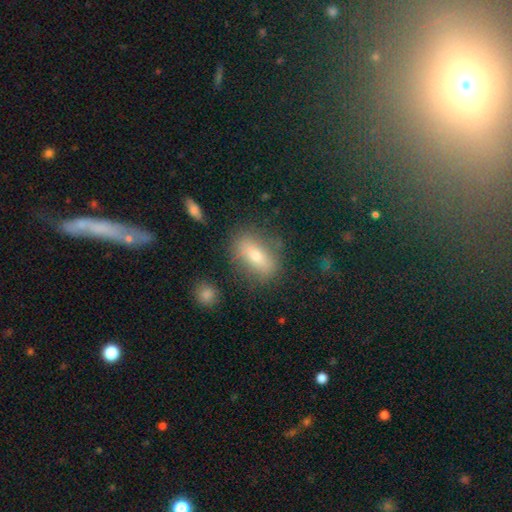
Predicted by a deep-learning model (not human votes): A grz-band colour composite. It shows a smooth galaxy with no disk features (65%) that is in between round and cigar-shaped (75%). Merging: none (76%).